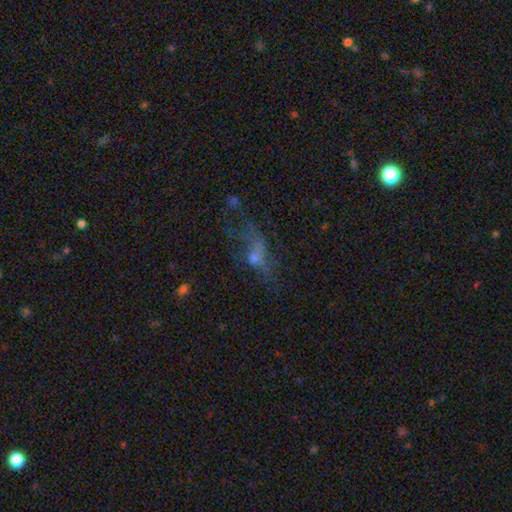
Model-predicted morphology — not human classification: This is marginally a featured or disk galaxy (43%). Merging: marginally none (42%).